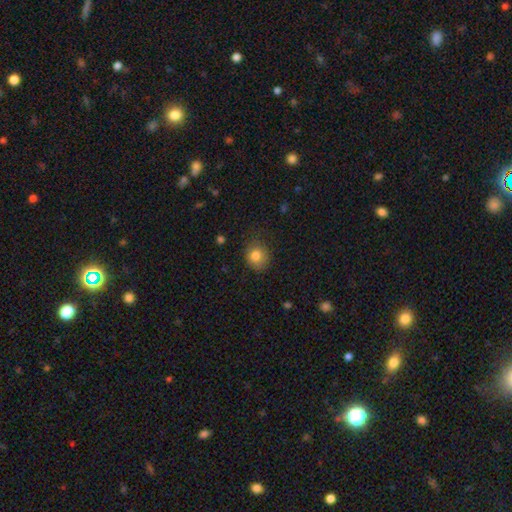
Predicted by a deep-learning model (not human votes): Smooth or featured? smooth (81%)
How rounded? round (72%)
Merging? none (76%)